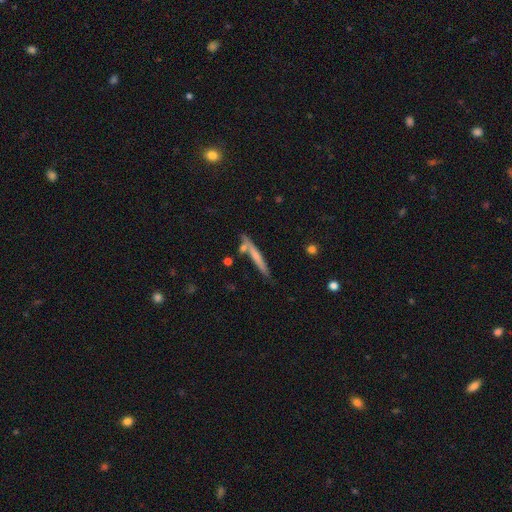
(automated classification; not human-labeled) smooth_or_featured: smooth (p=0.56) [alt: featured or disk p=0.38]
how_rounded: cigar-shaped (p=0.94) [alt: in between p=0.04]
merging: none (p=0.73) [alt: minor disturbance p=0.14]